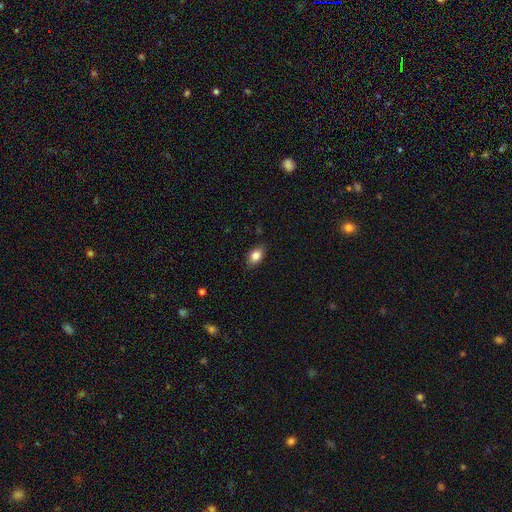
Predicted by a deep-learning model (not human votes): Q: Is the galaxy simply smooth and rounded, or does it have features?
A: smooth — 83%.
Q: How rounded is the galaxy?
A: in between — 85%.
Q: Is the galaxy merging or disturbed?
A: none — 84%.